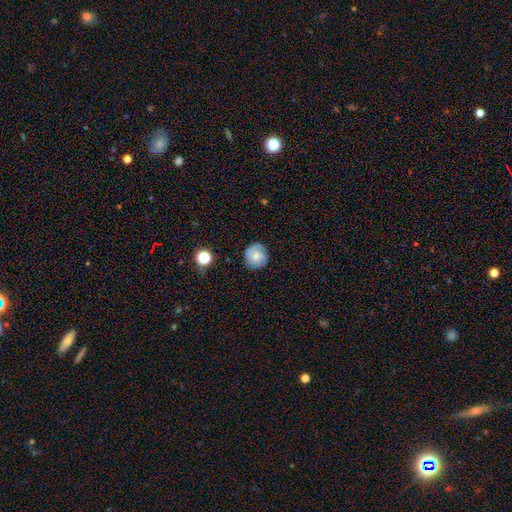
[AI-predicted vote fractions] Morphology: type=smooth (52%); roundness=round (84%); merging=none (71%).